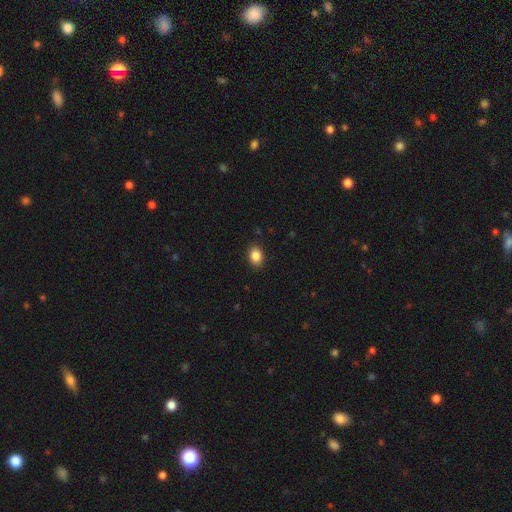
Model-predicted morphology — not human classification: smooth-or-featured: smooth: 87% | star or artifact: 9% | featured or disk: 4%
  how-rounded: in between: 69% | round: 30% | cigar-shaped: 1%
  merging: none: 88% | minor disturbance: 9% | major disturbance: 2% | merger: 1%